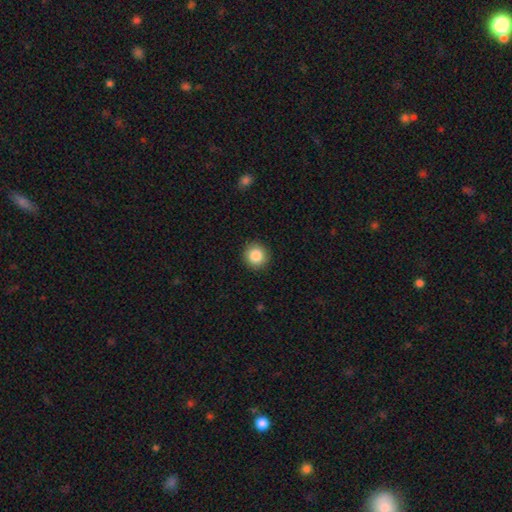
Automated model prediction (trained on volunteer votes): A smooth galaxy with no disk features (86%) that is round (92%). Merging: none (91%).